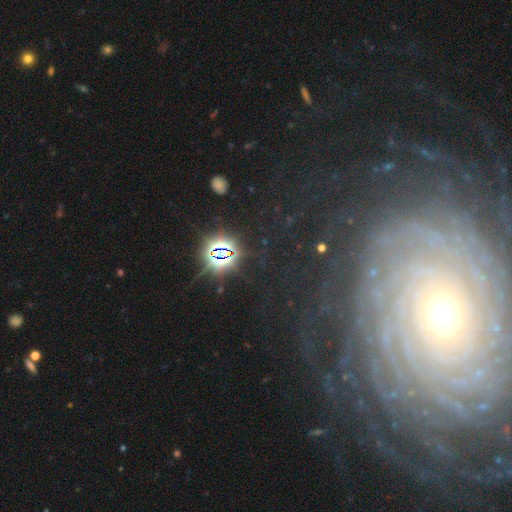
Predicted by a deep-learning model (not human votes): Smooth or featured?
  - featured or disk: 81% *
  - star or artifact: 11%
  - smooth: 8%
Edge-on disk?
  - no: 96% *
  - yes: 4%
Bar?
  - no: 69% *
  - weak: 18%
  - strong: 13%
Spiral arms?
  - yes: 96% *
  - no: 4%
Spiral winding?
  - tight: 86% *
  - medium: 10%
  - loose: 3%
Spiral arm count?
  - more than 4: 40% *
  - can't tell: 21%
  - 4: 12%
  - 3: 9%
  - 2: 9%
  - 1: 8%
Bulge size?
  - small: 59% *
  - moderate: 35%
  - large: 3%
  - dominant: 1%
  - none: 1%
Merging?
  - none: 83% *
  - minor disturbance: 9%
  - major disturbance: 6%
  - merger: 2%